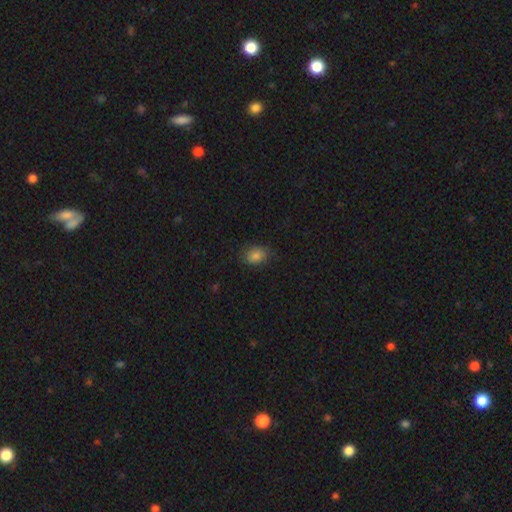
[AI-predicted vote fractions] smooth 84%, star or artifact 10%, featured or disk 7%. Down the decision tree: how rounded — in between (71%); merging — none (79%).